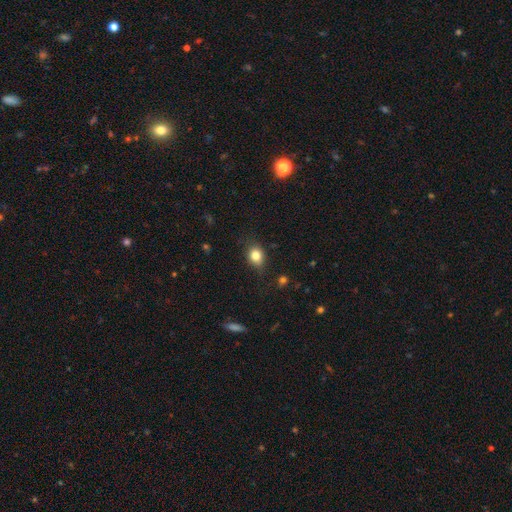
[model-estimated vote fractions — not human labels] Q: Smooth or featured?
A: smooth (81%); runner-up: star or artifact (10%)
Q: How rounded?
A: in between (51%); runner-up: round (47%)
Q: Merging?
A: none (76%); runner-up: minor disturbance (18%)